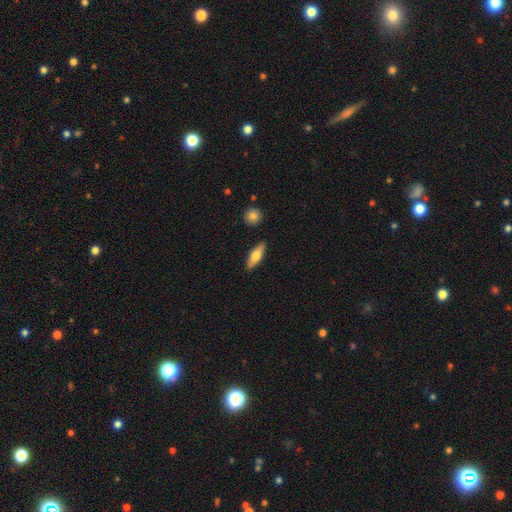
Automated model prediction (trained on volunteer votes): smooth 62%, featured or disk 32%, star or artifact 6%. Down the decision tree: how rounded — in between (55%); merging — none (87%).